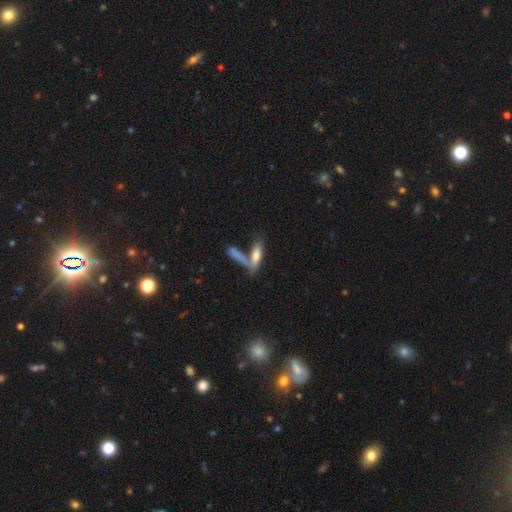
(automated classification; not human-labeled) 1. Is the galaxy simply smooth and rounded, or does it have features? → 69% smooth, 24% featured or disk, 7% star or artifact.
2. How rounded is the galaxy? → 58% cigar-shaped, 40% in between, 2% round.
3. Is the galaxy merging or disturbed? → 46% merger, 37% none, 11% minor disturbance, 6% major disturbance.